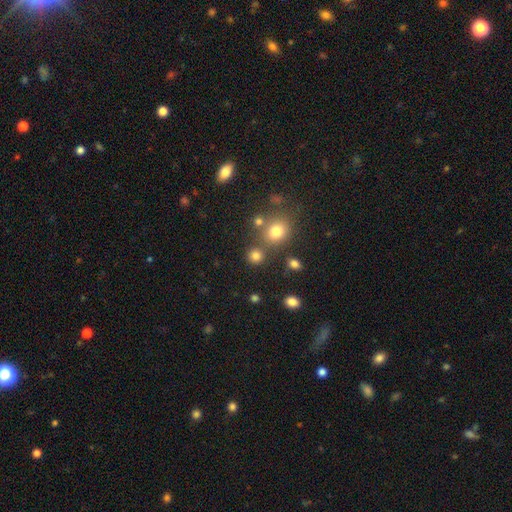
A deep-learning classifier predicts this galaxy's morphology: smooth 79%, star or artifact 15%, featured or disk 6%. Down the decision tree: how rounded — round (87%); merging — none (73%).